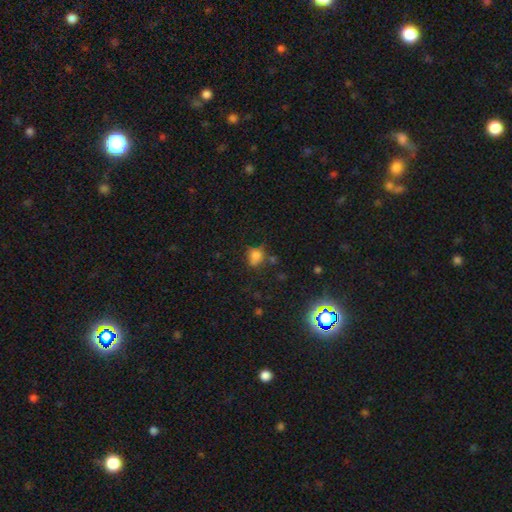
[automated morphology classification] smooth_or_featured: smooth (p=0.74) [alt: star or artifact p=0.16]
how_rounded: round (p=0.60) [alt: in between p=0.39]
merging: none (p=0.57) [alt: minor disturbance p=0.26]